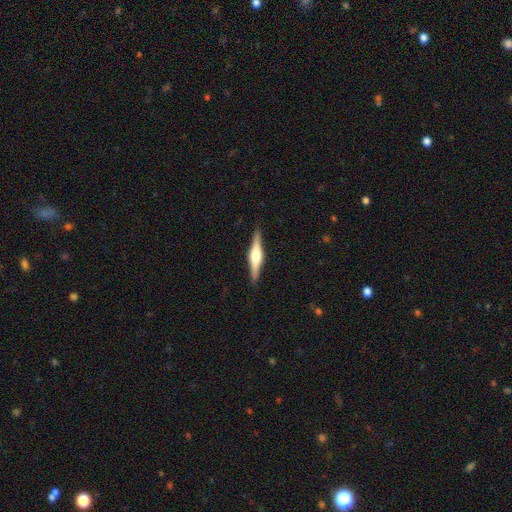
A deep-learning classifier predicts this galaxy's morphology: This is likely a featured or disk galaxy (75%). It is clearly viewed edge-on (98%). Edge-on bulge: clearly rounded (87%). Merging: clearly none (90%).